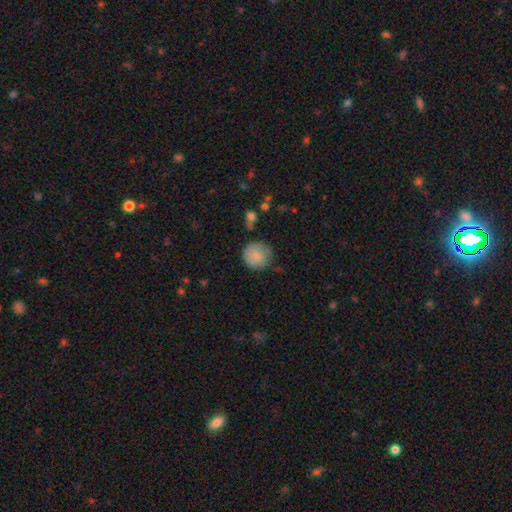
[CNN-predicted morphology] Smooth or featured? smooth (85%)
How rounded? round (93%)
Merging? none (72%)